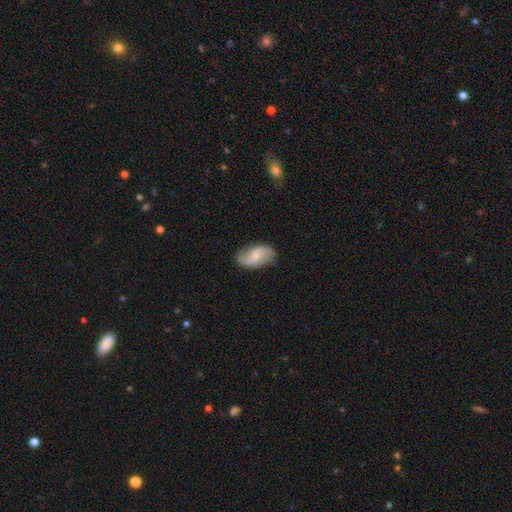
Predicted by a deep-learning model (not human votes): featured or disk 56%, smooth 37%, star or artifact 6%. Down the decision tree: edge-on disk — no (96%); bar — weak (47%); spiral arms — yes (89%); bulge size — small (51%); merging — none (77%).